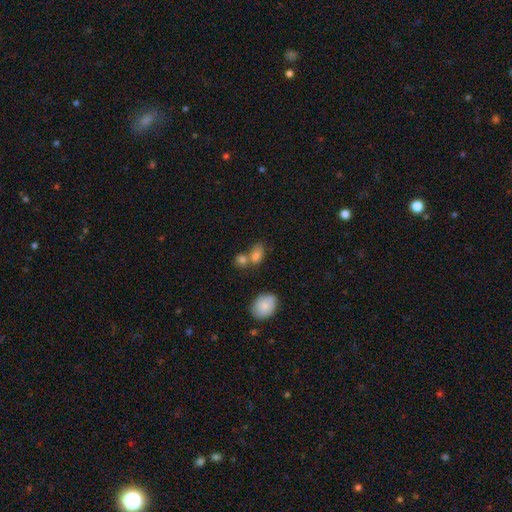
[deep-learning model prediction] Smooth or featured? smooth (80%)
How rounded? in between (74%)
Merging? merger (46%)